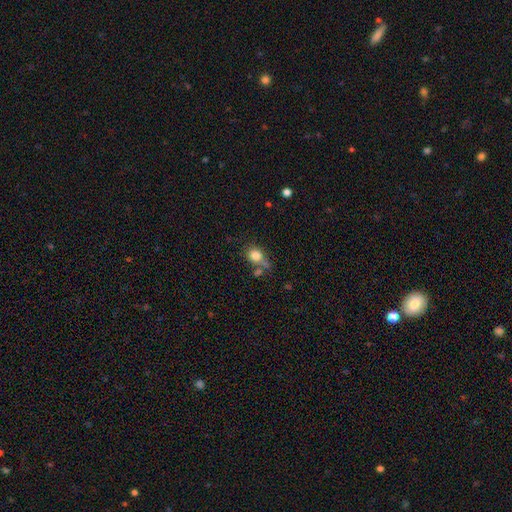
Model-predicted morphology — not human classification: type=smooth (81%); roundness=round (61%); merging=none (49%).